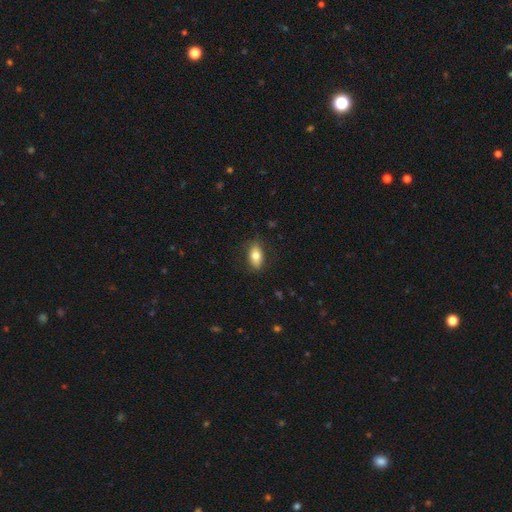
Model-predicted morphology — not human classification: The model was most divided on "smooth or featured": smooth: 74%, featured or disk: 19%, star or artifact: 7%. More confident: how rounded — in between (86%); merging — none (82%).